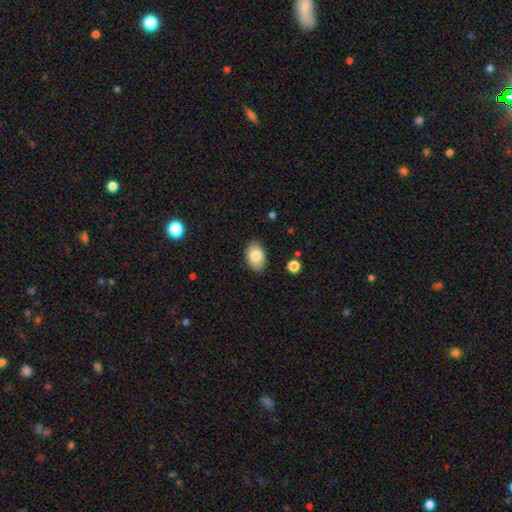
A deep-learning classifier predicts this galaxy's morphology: Q: Smooth or featured?
A: smooth (83%); runner-up: featured or disk (10%)
Q: How rounded?
A: in between (88%); runner-up: round (11%)
Q: Merging?
A: none (85%); runner-up: minor disturbance (11%)